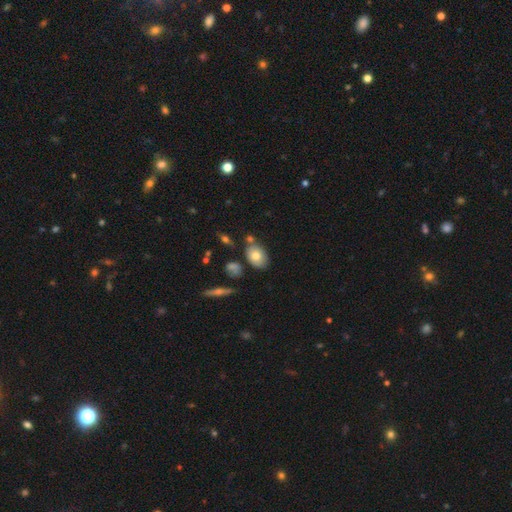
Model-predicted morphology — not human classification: Smooth or featured?
  - smooth: 75% *
  - featured or disk: 17%
  - star or artifact: 8%
How rounded?
  - in between: 83% *
  - round: 15%
  - cigar-shaped: 2%
Merging?
  - none: 67% *
  - minor disturbance: 17%
  - merger: 12%
  - major disturbance: 4%